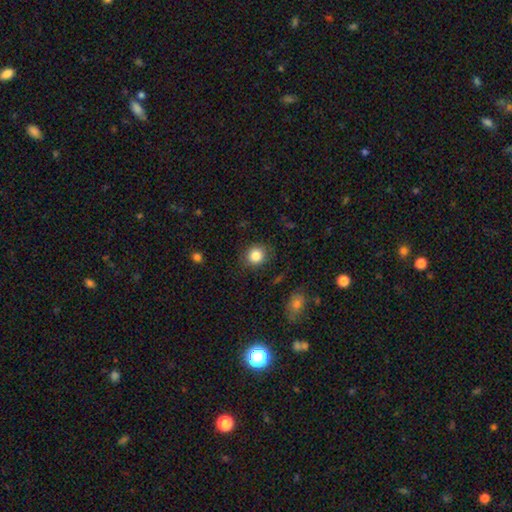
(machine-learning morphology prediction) smooth 84%, star or artifact 10%, featured or disk 6%. Down the decision tree: how rounded — round (82%); merging — none (83%).